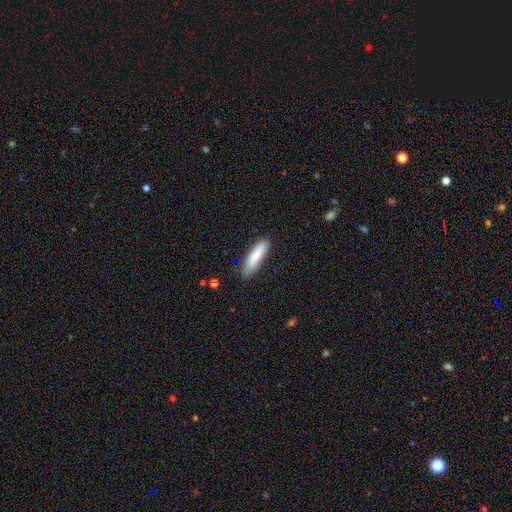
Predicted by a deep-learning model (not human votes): Smooth or featured? smooth (82%)
How rounded? cigar-shaped (67%)
Merging? none (81%)